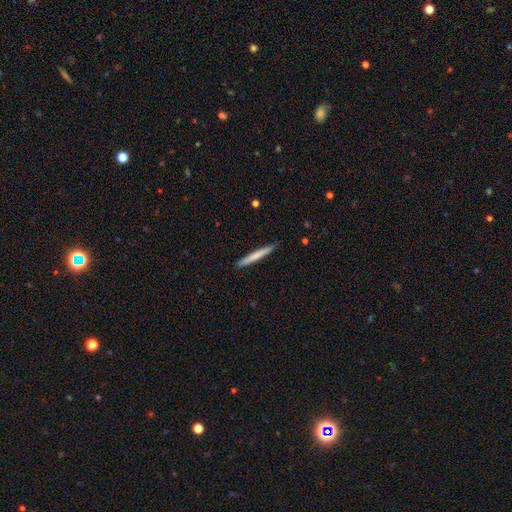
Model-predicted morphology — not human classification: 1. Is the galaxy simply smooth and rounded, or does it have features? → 70% smooth, 25% featured or disk, 5% star or artifact.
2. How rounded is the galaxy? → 97% cigar-shaped, 2% in between, 1% round.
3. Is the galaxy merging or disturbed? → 91% none, 7% minor disturbance, 1% major disturbance, 1% merger.